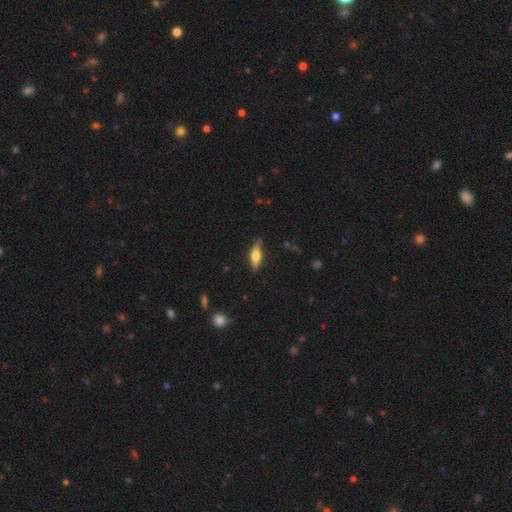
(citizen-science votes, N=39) Q: Smooth or featured?
A: featured or disk (51%); runner-up: smooth (46%)
Q: Edge-on disk?
A: yes (80%); runner-up: no (20%)
Q: Edge-on bulge?
A: rounded (81%); runner-up: boxy (12%)
Q: Merging?
A: none (74%); runner-up: minor disturbance (26%)